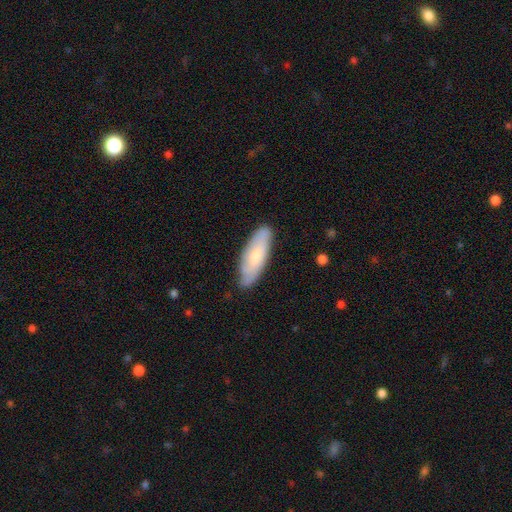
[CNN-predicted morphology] smooth_or_featured: smooth (p=0.62) [alt: featured or disk p=0.33]
how_rounded: in between (p=0.63) [alt: cigar-shaped p=0.35]
merging: none (p=0.80) [alt: minor disturbance p=0.16]